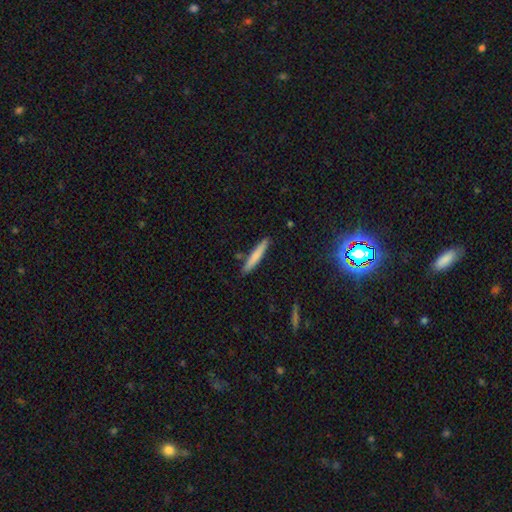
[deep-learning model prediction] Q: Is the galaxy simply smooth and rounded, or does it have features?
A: smooth — 74%.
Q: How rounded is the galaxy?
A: cigar-shaped — 94%.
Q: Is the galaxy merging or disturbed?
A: none — 87%.